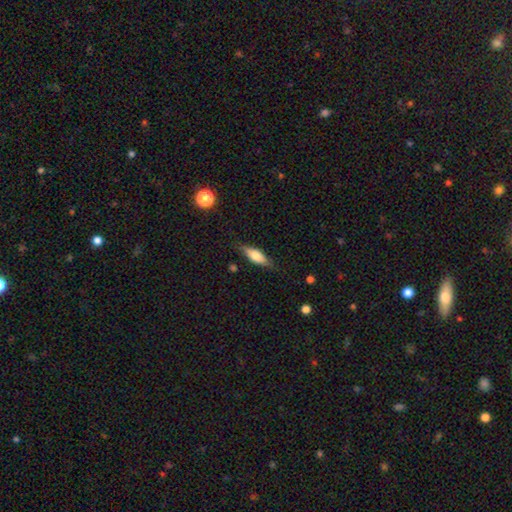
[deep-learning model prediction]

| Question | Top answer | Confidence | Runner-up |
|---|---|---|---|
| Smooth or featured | smooth | 57% | featured or disk (36%) |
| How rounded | in between | 53% | cigar-shaped (44%) |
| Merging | none | 81% | minor disturbance (14%) |